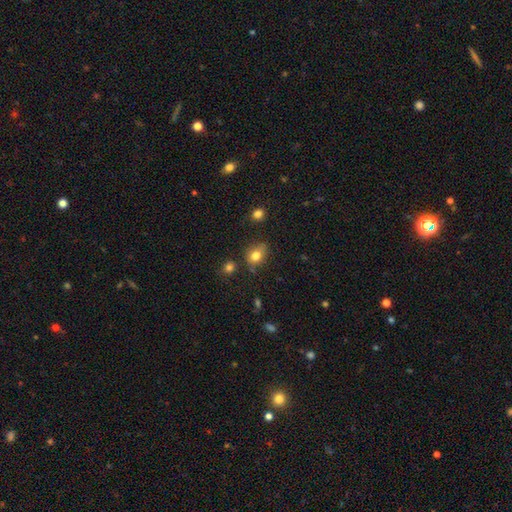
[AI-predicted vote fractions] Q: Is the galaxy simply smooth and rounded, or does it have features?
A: smooth — 79%.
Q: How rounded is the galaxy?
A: in between — 59%.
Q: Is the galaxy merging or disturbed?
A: none — 61%.